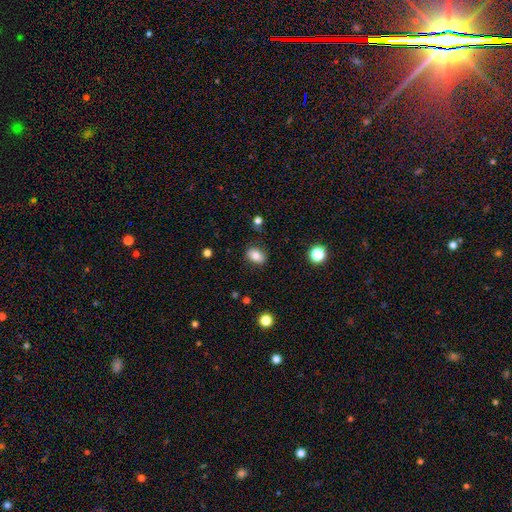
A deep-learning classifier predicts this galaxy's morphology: This appears to be a smooth galaxy with no disk features (81%) that is in between round and cigar-shaped (78%). Merging: none (84%).